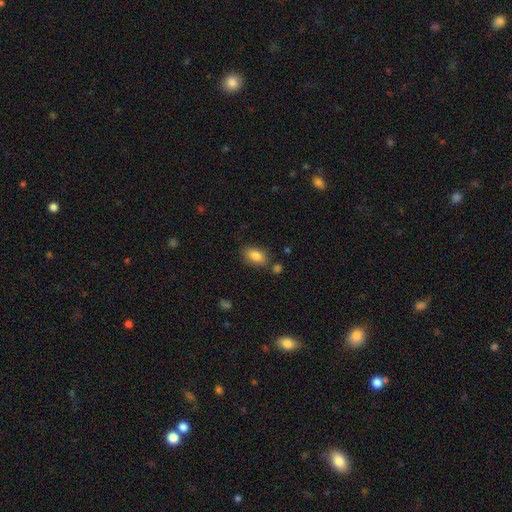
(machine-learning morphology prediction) This is clearly a smooth galaxy (85%). How rounded: clearly in between (89%). Merging: likely none (77%).